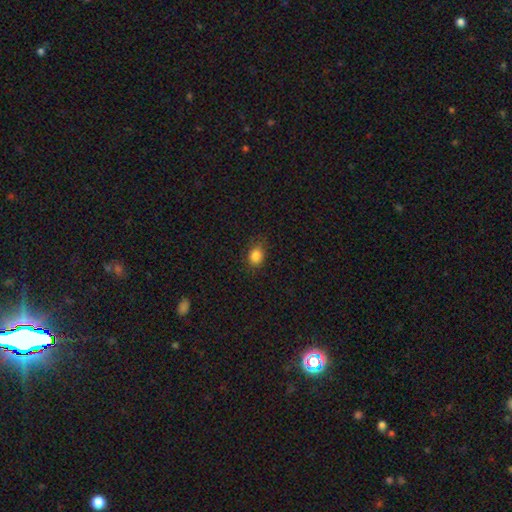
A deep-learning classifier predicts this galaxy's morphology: Smooth or featured: smooth — 84% (star or artifact — 11%)
How rounded: in between — 54% (round — 45%)
Merging: none — 80% (minor disturbance — 15%)